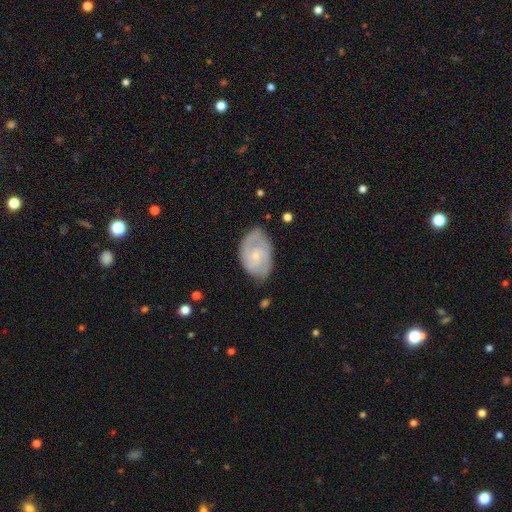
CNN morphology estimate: Smooth or featured: featured or disk — 65% (smooth — 30%)
Edge-on disk: no — 96% (yes — 4%)
Bar: no — 62% (weak — 34%)
Spiral arms: yes — 87% (no — 13%)
Spiral winding: tight — 46% (medium — 41%)
Spiral arm count: 2 — 59% (can't tell — 24%)
Bulge size: small — 67% (moderate — 23%)
Merging: none — 67% (minor disturbance — 25%)